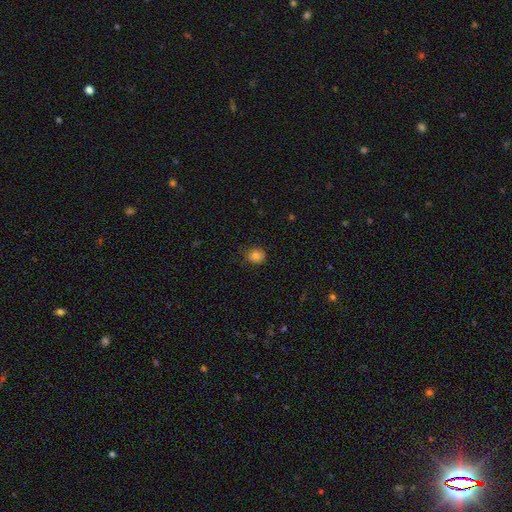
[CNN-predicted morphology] Smooth or featured?
  - smooth: 83% *
  - star or artifact: 11%
  - featured or disk: 6%
How rounded?
  - round: 77% *
  - in between: 23%
  - cigar-shaped: 1%
Merging?
  - none: 85% *
  - minor disturbance: 12%
  - major disturbance: 2%
  - merger: 1%